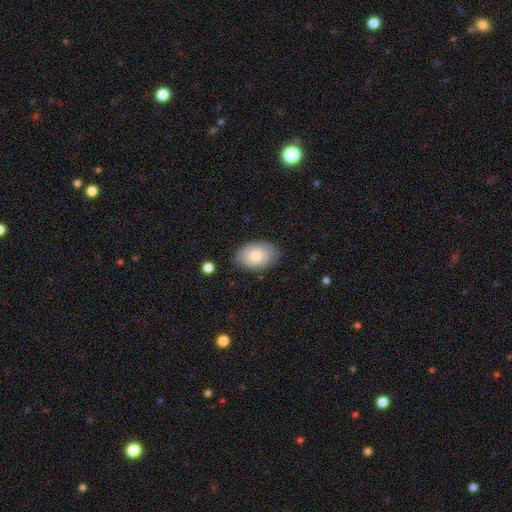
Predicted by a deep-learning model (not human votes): Smooth or featured? Predicted: smooth (p=0.79). How rounded? Predicted: in between (p=0.88). Merging? Predicted: none (p=0.83).